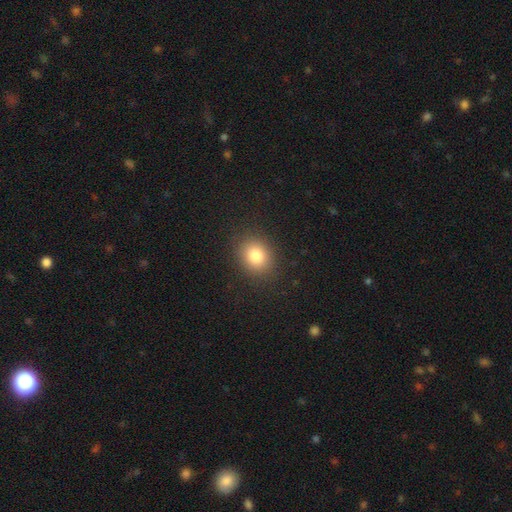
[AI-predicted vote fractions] Smooth or featured? smooth (81%)
How rounded? round (63%)
Merging? none (88%)